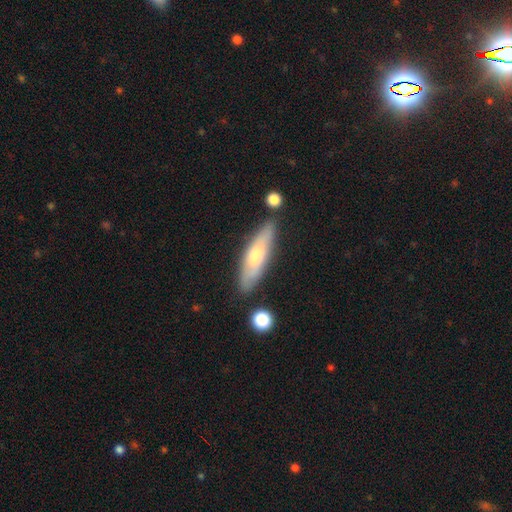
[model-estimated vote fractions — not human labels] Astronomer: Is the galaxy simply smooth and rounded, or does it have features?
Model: smooth — 54% (runner-up: featured or disk, 40%).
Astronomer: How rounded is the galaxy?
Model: cigar-shaped — 66%.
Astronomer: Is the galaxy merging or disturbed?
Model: none — 78%.